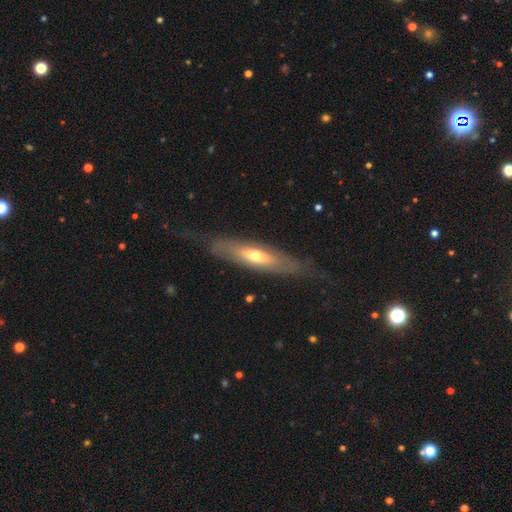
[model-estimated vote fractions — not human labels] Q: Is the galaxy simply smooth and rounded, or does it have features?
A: featured or disk — 49%.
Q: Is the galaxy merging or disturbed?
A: none — 71%.